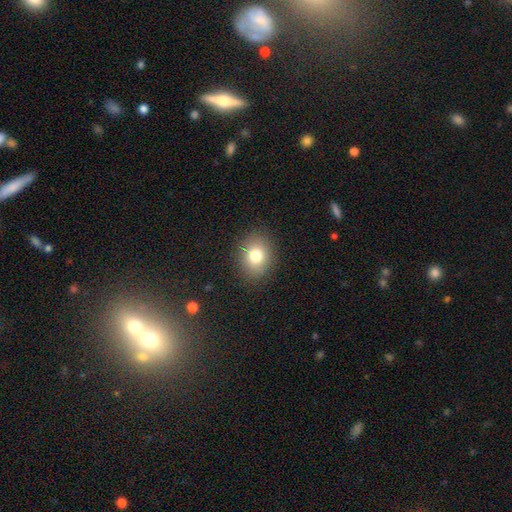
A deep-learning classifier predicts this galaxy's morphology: Smooth or featured?
  - smooth: 78% *
  - featured or disk: 11%
  - star or artifact: 11%
How rounded?
  - in between: 52% *
  - round: 47%
  - cigar-shaped: 1%
Merging?
  - none: 88% *
  - minor disturbance: 8%
  - major disturbance: 3%
  - merger: 1%